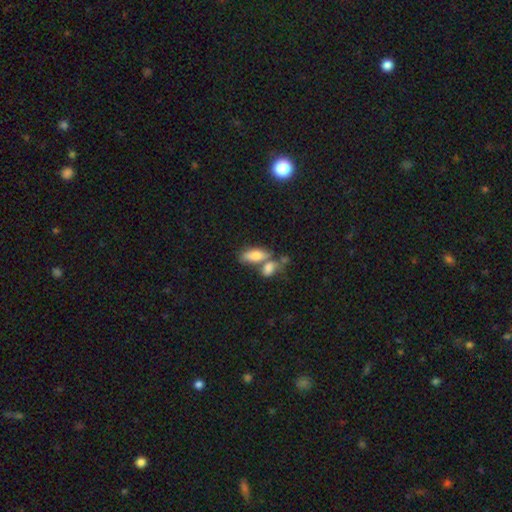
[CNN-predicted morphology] A smooth galaxy with no disk features (77%) that is in between round and cigar-shaped (79%).

Vote fractions:
- Smooth or featured? smooth: 77% / featured or disk: 16% / star or artifact: 8%
- How rounded? in between: 79% / cigar-shaped: 17% / round: 4%
- Merging? merger: 48% / none: 35% / minor disturbance: 11% / major disturbance: 6%